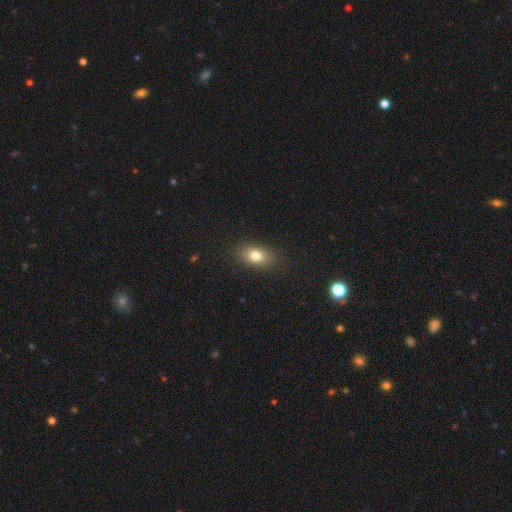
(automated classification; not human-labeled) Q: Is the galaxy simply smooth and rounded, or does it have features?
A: smooth — 79%.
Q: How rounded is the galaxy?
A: in between — 84%.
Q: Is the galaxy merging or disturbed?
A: none — 86%.